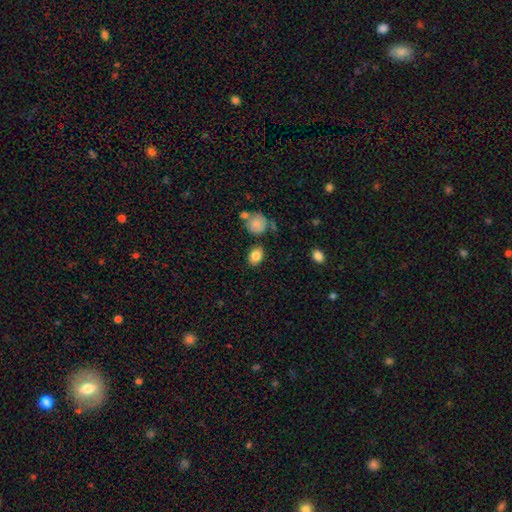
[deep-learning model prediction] Q: Smooth or featured?
A: smooth (83%); runner-up: star or artifact (9%)
Q: How rounded?
A: in between (71%); runner-up: round (28%)
Q: Merging?
A: none (80%); runner-up: minor disturbance (12%)